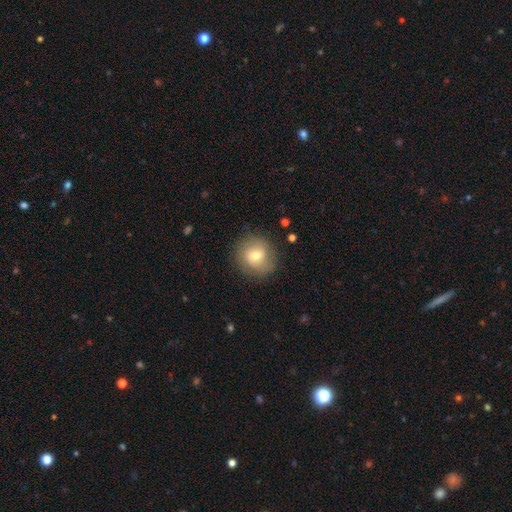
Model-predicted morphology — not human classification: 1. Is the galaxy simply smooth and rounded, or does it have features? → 68% smooth, 23% featured or disk, 9% star or artifact.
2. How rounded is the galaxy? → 87% round, 12% in between, 1% cigar-shaped.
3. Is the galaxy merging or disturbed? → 83% none, 12% minor disturbance, 4% major disturbance, 1% merger.